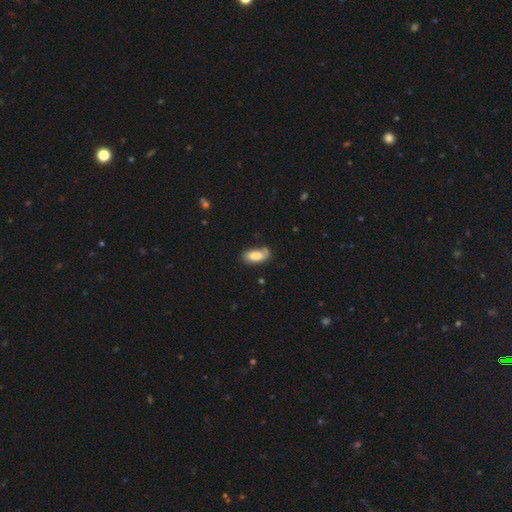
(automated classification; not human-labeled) The model was most divided on "merging": none: 58%, minor disturbance: 27%, major disturbance: 8%, merger: 7%. More confident: how rounded — in between (89%); smooth or featured — smooth (80%).